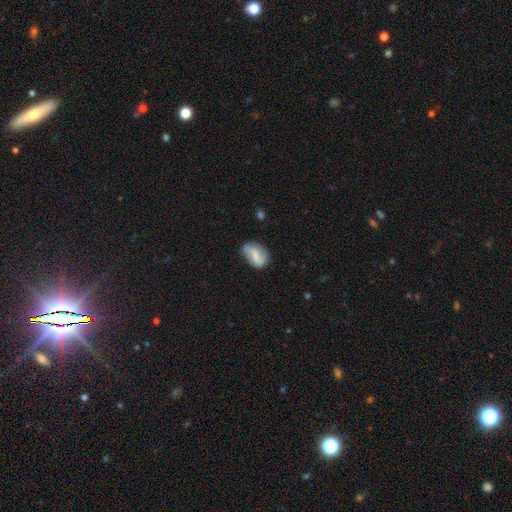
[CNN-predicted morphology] Overall: featured or disk (54%; smooth 38%). Edge-on disk: no (97%). Bar: weak (43%; strong 32%). Spiral arms: yes (82%). Bulge size: none (49%; small 28%). Merging: none (62%; minor disturbance 26%).